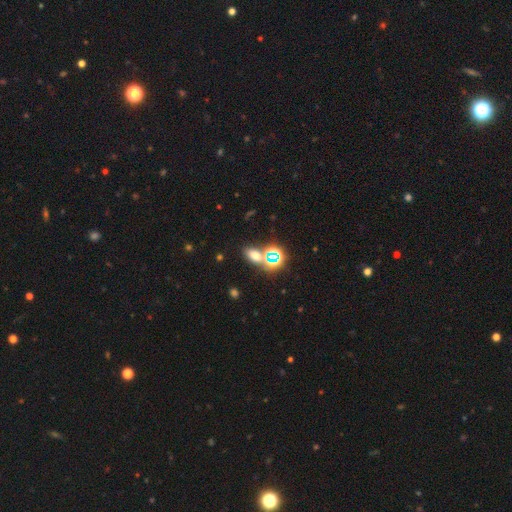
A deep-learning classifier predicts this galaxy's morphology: smooth-or-featured: smooth: 55% | star or artifact: 35% | featured or disk: 10%
  how-rounded: in between: 74% | round: 23% | cigar-shaped: 3%
  merging: none: 68% | merger: 19% | minor disturbance: 9% | major disturbance: 4%